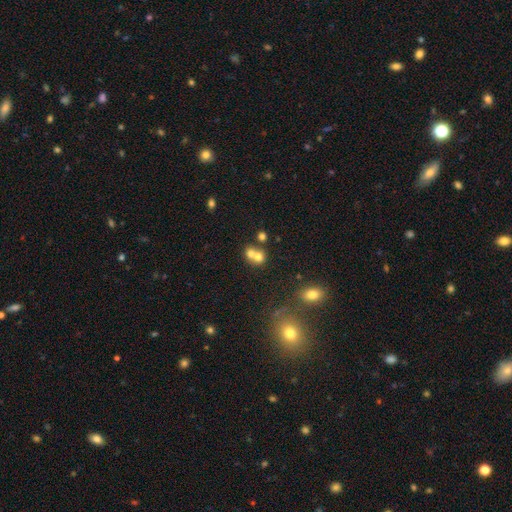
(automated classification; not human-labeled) Q: Smooth or featured?
A: smooth (68%); runner-up: featured or disk (19%)
Q: How rounded?
A: round (73%); runner-up: in between (26%)
Q: Merging?
A: merger (60%); runner-up: none (31%)